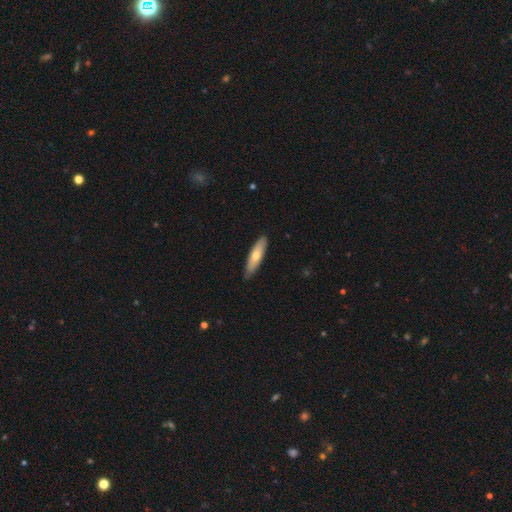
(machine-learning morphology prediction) Overall: smooth (66%; featured or disk 29%). How rounded: cigar-shaped (70%). Merging: none (85%).